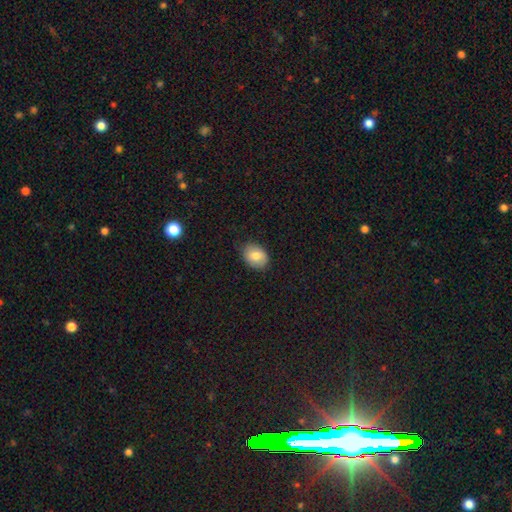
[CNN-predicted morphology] type=smooth (80%); roundness=in between (72%); merging=none (83%).